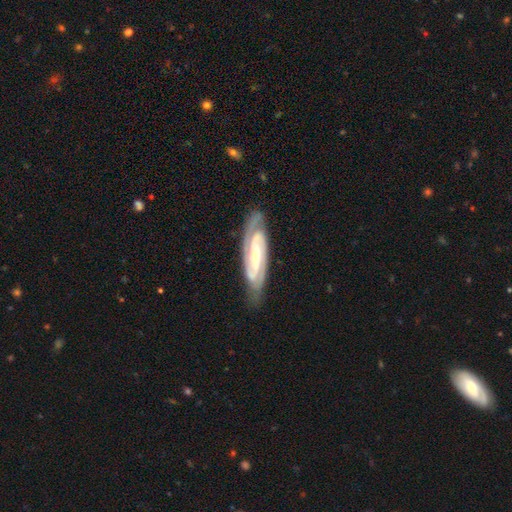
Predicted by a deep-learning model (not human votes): The model was most divided on "bar": strong: 35%, weak: 33%, no: 32%. More confident: spiral arms — yes (98%); edge-on disk — no (91%); smooth or featured — featured or disk (90%); merging — none (80%); spiral arm count — 2 (79%); bulge size — small (67%); spiral winding — tight (57%).